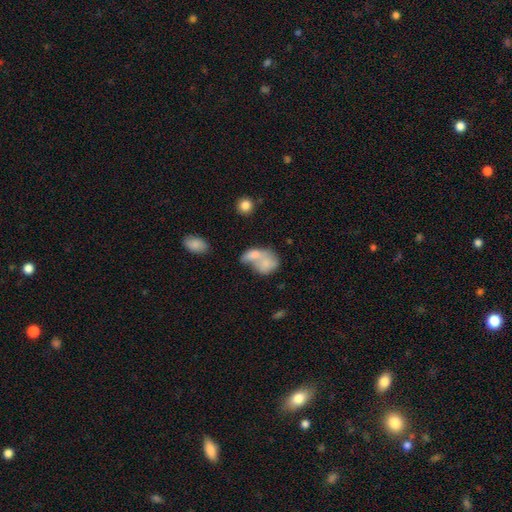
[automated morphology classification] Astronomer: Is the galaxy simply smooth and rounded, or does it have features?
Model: smooth — 71%.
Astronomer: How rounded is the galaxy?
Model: in between — 68%.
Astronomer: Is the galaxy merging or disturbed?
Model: merger — 66%.